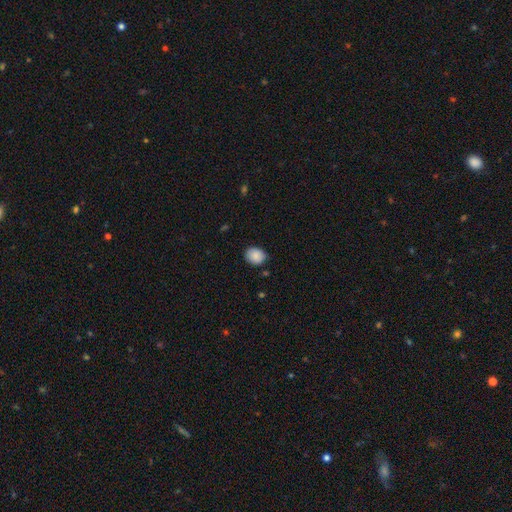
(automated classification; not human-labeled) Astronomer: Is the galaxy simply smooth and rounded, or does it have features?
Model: smooth — 88%.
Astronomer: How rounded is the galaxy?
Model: round — 54% (runner-up: in between, 45%).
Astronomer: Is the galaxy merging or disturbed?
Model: none — 84%.